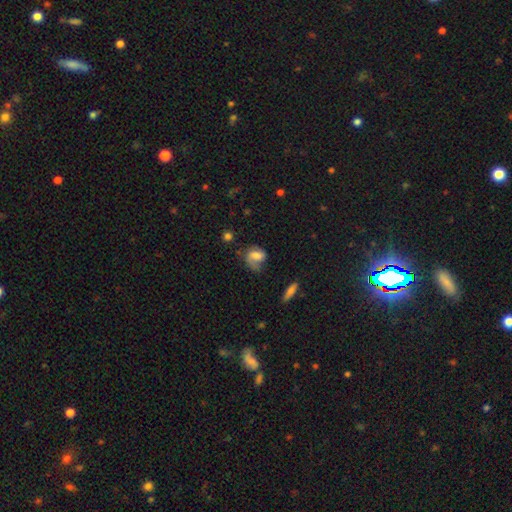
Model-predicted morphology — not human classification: This appears to be a smooth galaxy with no disk features (46%, tied with featured or disk). Merging: none (45%).